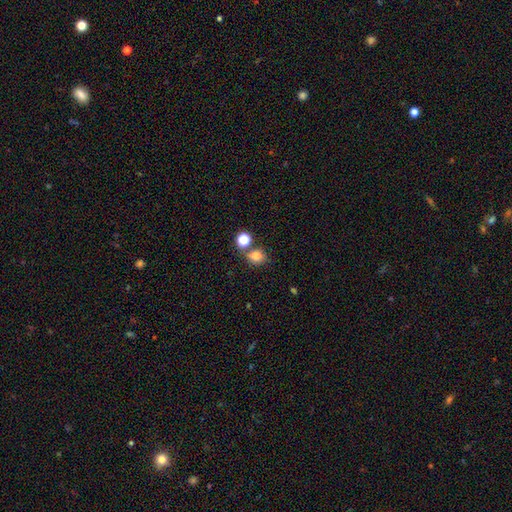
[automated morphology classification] Q: Smooth or featured?
A: smooth (79%); runner-up: star or artifact (15%)
Q: How rounded?
A: round (73%); runner-up: in between (26%)
Q: Merging?
A: none (62%); runner-up: merger (21%)